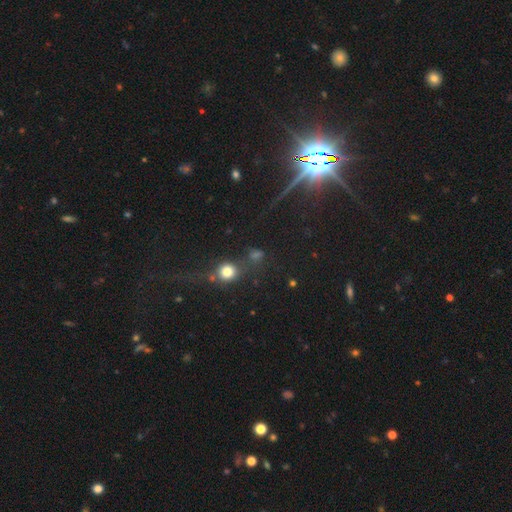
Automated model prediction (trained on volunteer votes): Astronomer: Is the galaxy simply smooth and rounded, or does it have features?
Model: smooth — 55% (runner-up: star or artifact, 35%).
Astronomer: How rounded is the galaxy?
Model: round — 86%.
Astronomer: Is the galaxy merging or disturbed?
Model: none — 68%.